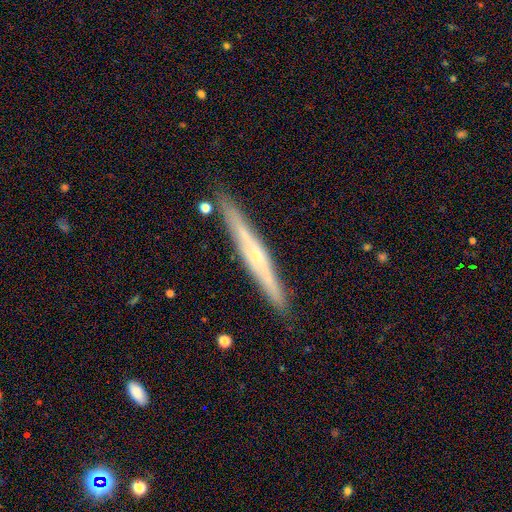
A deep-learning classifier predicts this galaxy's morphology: featured or disk 68%, smooth 26%, star or artifact 7%. Down the decision tree: edge-on disk — yes (95%); edge-on bulge — rounded (58%); merging — none (88%).